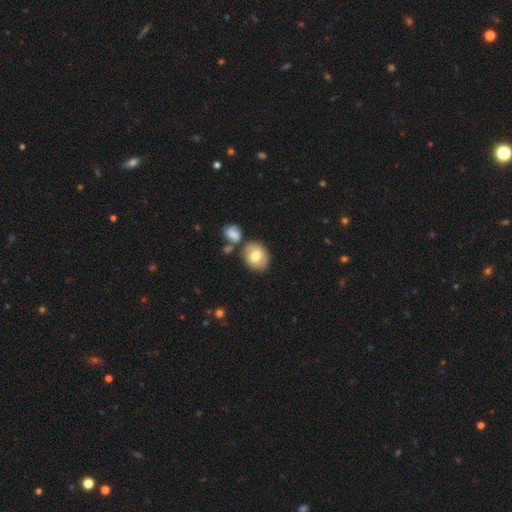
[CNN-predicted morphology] This is likely a smooth galaxy (72%). How rounded: possibly in between (52%). Merging: likely none (69%).